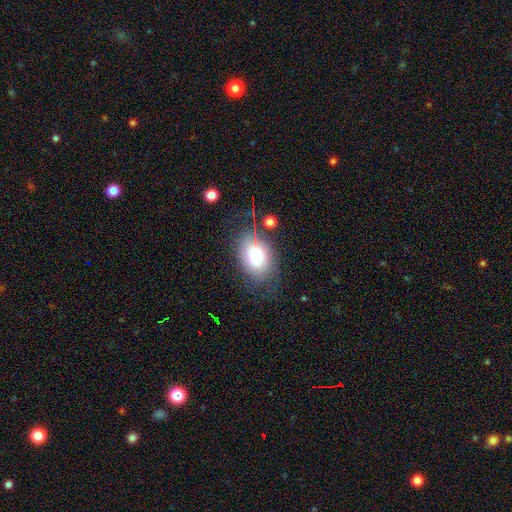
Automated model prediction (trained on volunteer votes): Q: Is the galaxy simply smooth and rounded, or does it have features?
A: smooth — 75%.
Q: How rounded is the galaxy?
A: in between — 82%.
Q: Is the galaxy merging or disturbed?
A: none — 60%.